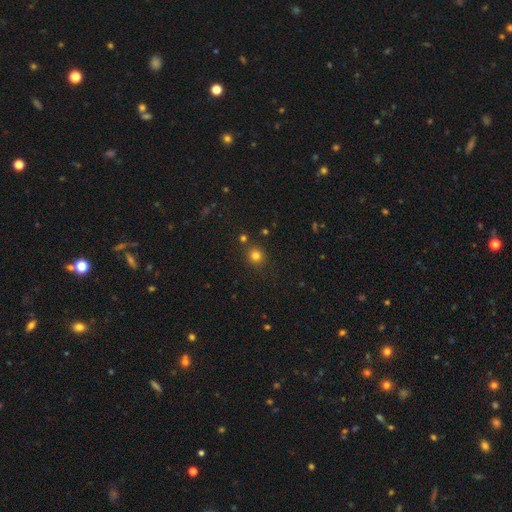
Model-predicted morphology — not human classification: The model was most divided on "smooth or featured": smooth: 78%, star or artifact: 16%, featured or disk: 6%. More confident: how rounded — round (90%); merging — none (83%).